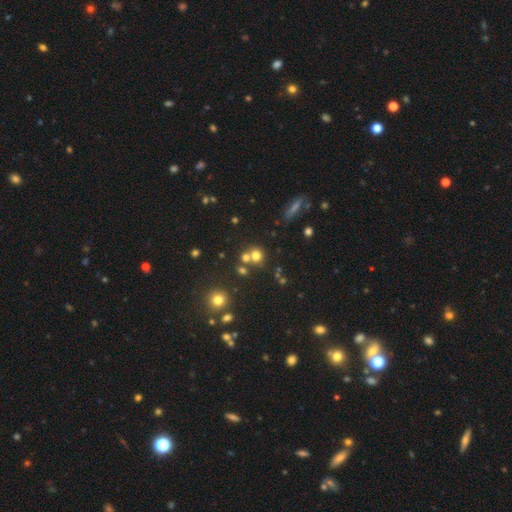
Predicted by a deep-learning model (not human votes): smooth-or-featured: smooth: 69% | star or artifact: 19% | featured or disk: 12%
  how-rounded: round: 84% | in between: 15% | cigar-shaped: 1%
  merging: none: 52% | merger: 37% | minor disturbance: 8% | major disturbance: 4%